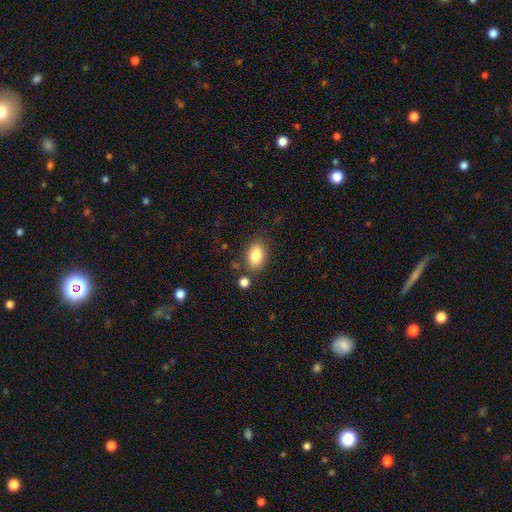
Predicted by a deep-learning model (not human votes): smooth-or-featured: smooth: 85% | star or artifact: 8% | featured or disk: 8%
  how-rounded: in between: 84% | round: 14% | cigar-shaped: 1%
  merging: none: 79% | minor disturbance: 12% | merger: 6% | major disturbance: 3%